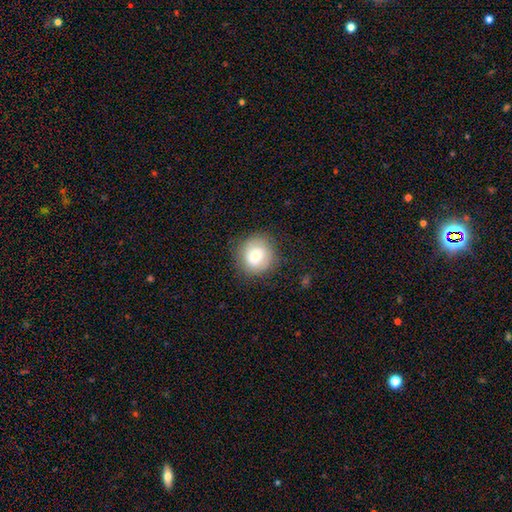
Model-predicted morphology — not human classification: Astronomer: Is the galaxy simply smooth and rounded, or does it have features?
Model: smooth — 71%.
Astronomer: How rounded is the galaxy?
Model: round — 89%.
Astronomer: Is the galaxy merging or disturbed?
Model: none — 82%.